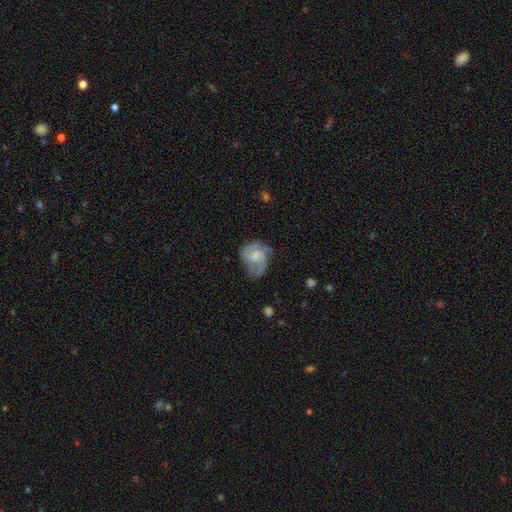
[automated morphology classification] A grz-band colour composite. It shows a featured or disk galaxy (71%) with no bar (57%), 2 (61%) medium (48%) spiral arms (93%) and a small central bulge (49%). Merging: none (56%).